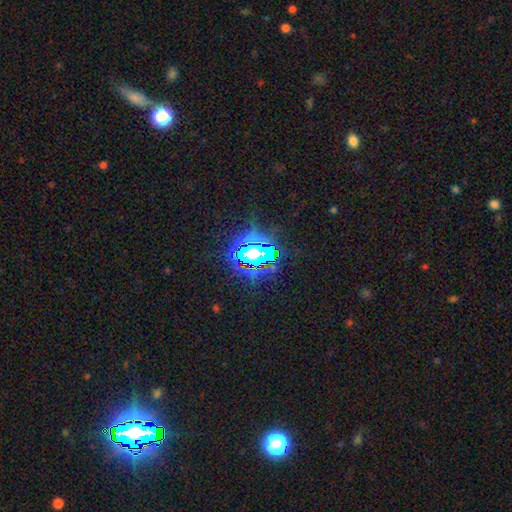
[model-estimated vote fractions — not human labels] star or artifact 71%, smooth 18%, featured or disk 11%.